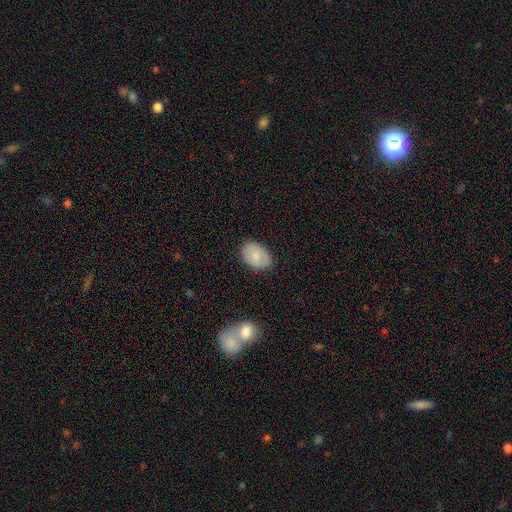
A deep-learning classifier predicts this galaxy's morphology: smooth-or-featured: smooth: 81% | featured or disk: 12% | star or artifact: 7%
  how-rounded: in between: 83% | round: 15% | cigar-shaped: 1%
  merging: none: 84% | minor disturbance: 12% | major disturbance: 3% | merger: 1%